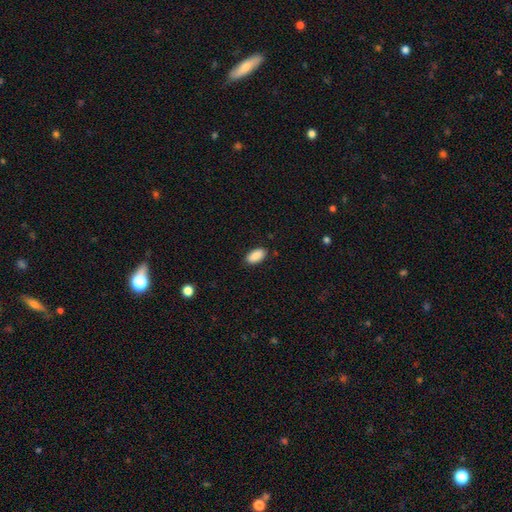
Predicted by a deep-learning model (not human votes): This is clearly a smooth galaxy (90%). How rounded: clearly in between (94%). Merging: clearly none (87%).